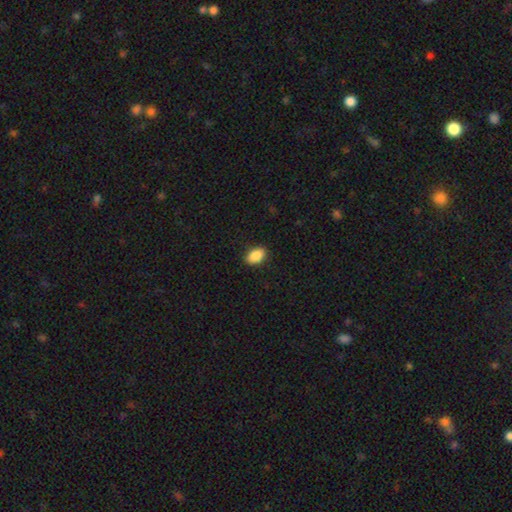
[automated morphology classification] Smooth or featured? smooth (90%)
How rounded? in between (91%)
Merging? none (89%)